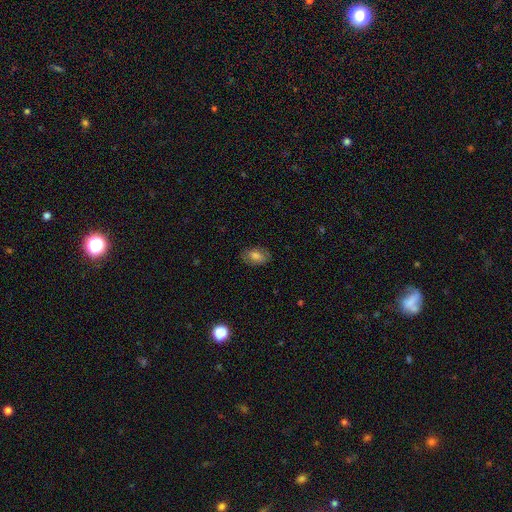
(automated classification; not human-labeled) This appears to be a smooth galaxy with no disk features (76%) that is in between round and cigar-shaped (89%). Merging: none (81%).